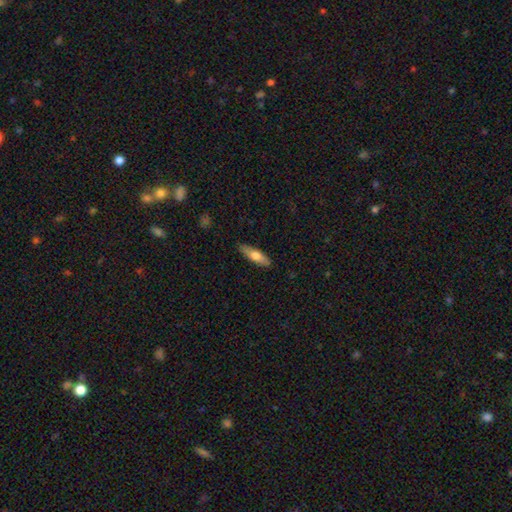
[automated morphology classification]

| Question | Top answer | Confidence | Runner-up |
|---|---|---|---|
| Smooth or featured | smooth | 65% | featured or disk (30%) |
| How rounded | cigar-shaped | 56% | in between (42%) |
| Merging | none | 87% | minor disturbance (10%) |